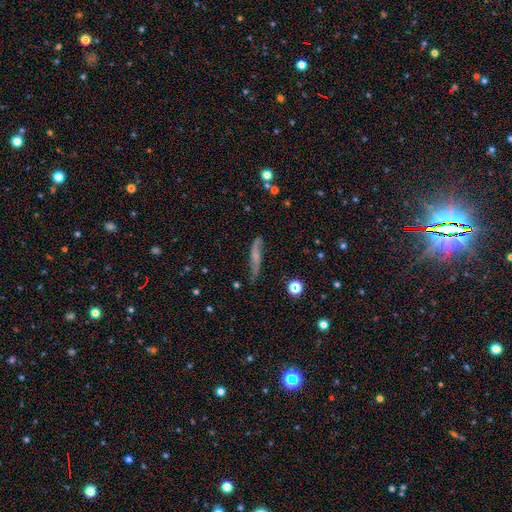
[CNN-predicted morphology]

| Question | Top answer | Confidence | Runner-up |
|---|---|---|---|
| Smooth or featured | featured or disk | 52% | smooth (37%) |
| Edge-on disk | no | 54% | yes (46%) |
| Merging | none | 58% | minor disturbance (28%) |